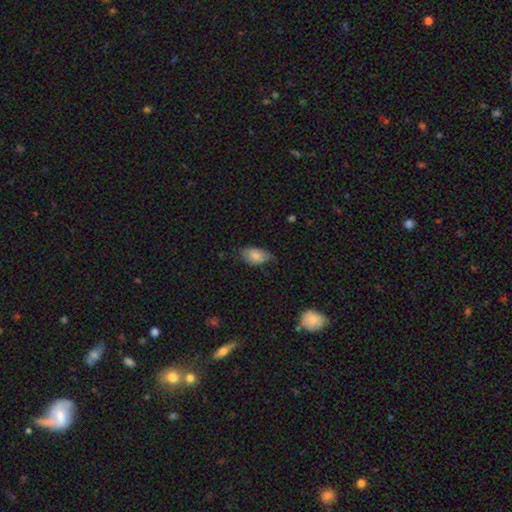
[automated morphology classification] Q: Smooth or featured?
A: smooth (79%); runner-up: featured or disk (14%)
Q: How rounded?
A: in between (92%); runner-up: round (6%)
Q: Merging?
A: none (50%); runner-up: minor disturbance (38%)